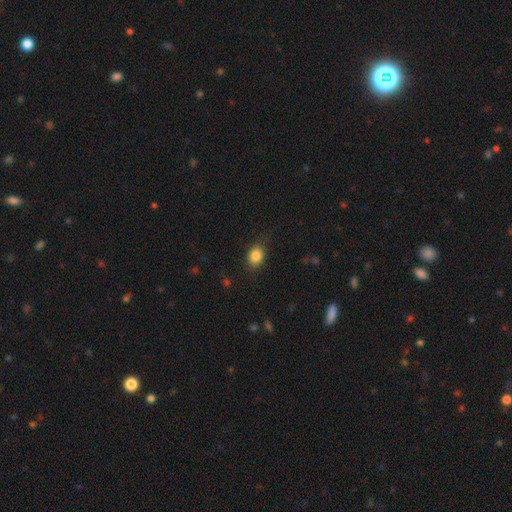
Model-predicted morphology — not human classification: This is clearly a smooth galaxy (85%). How rounded: likely in between (67%). Merging: likely none (78%).